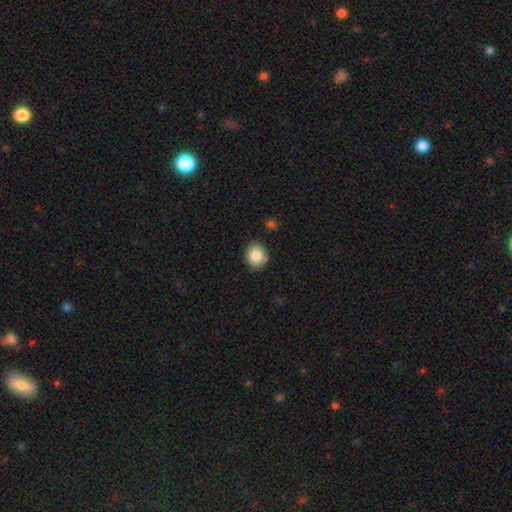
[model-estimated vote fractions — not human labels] Smooth or featured?
  - smooth: 84% *
  - star or artifact: 9%
  - featured or disk: 7%
How rounded?
  - round: 68% *
  - in between: 31%
  - cigar-shaped: 1%
Merging?
  - none: 85% *
  - minor disturbance: 10%
  - merger: 3%
  - major disturbance: 2%